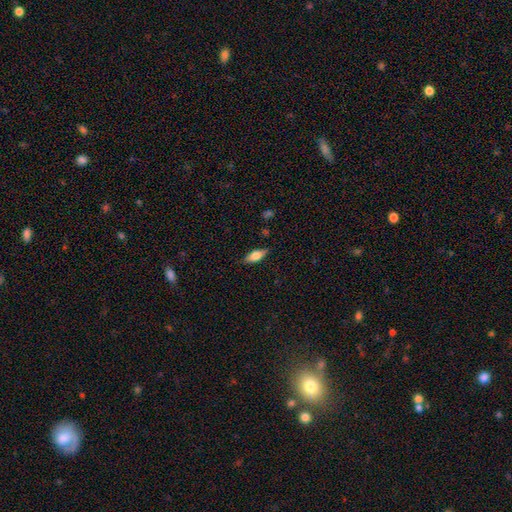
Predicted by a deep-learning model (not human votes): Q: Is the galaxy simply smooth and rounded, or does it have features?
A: smooth — 70%.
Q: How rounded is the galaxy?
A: in between — 74%.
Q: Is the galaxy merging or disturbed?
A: none — 83%.